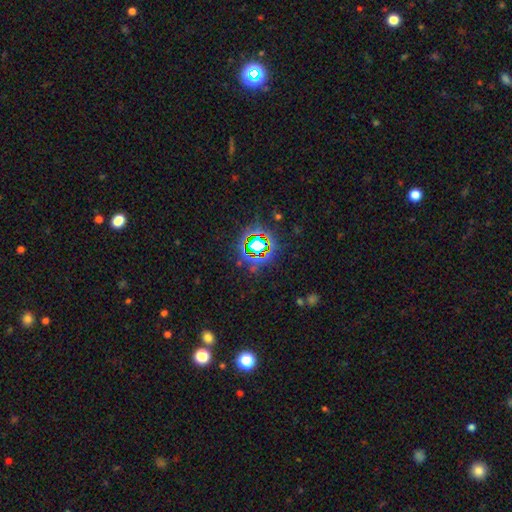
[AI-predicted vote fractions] Smooth or featured?
  - star or artifact: 75% *
  - smooth: 16%
  - featured or disk: 10%